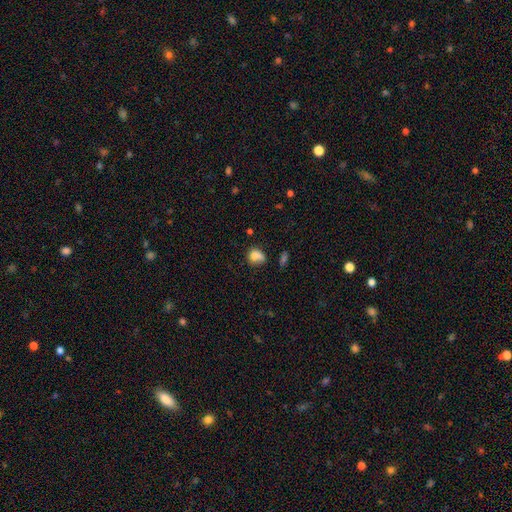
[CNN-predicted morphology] This appears to be a smooth galaxy with no disk features (76%) that is in between round and cigar-shaped (51%). Merging: none (37%).